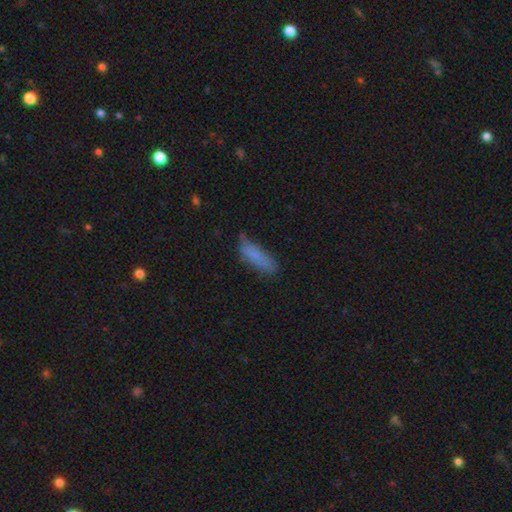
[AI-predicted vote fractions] The model was most divided on "how rounded": cigar-shaped: 52%, in between: 46%, round: 2%. More confident: smooth or featured — smooth (80%); merging — none (61%).